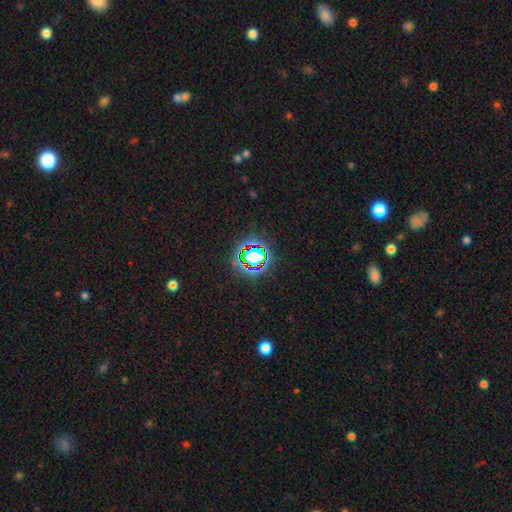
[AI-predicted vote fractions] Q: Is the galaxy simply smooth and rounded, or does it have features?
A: star or artifact — 67%.